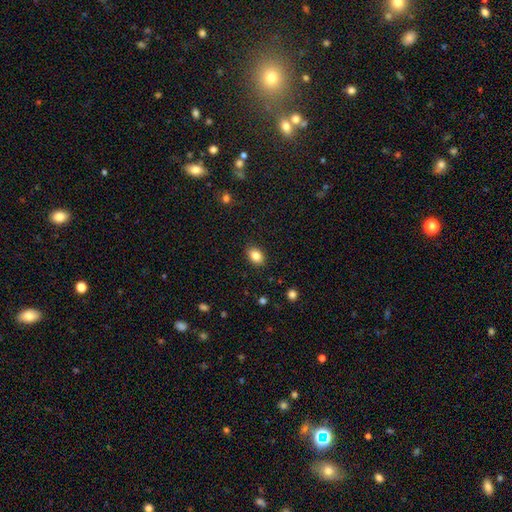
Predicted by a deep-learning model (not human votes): Q: Smooth or featured?
A: smooth (85%); runner-up: star or artifact (9%)
Q: How rounded?
A: in between (73%); runner-up: round (26%)
Q: Merging?
A: none (88%); runner-up: minor disturbance (8%)